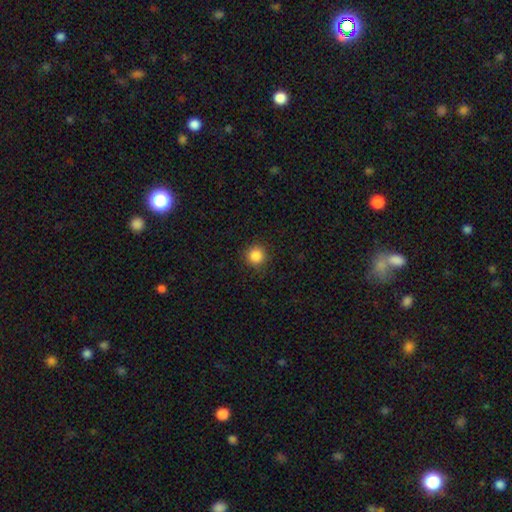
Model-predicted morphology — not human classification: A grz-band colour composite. It shows a smooth galaxy with no disk features (86%) that is round (94%). Merging: none (89%).